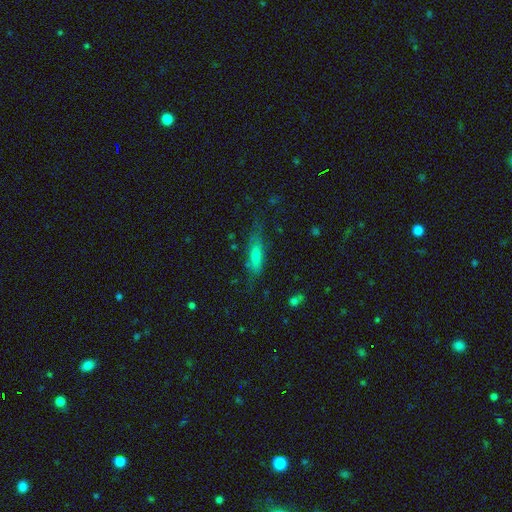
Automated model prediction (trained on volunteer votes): A smooth galaxy with no disk features (55%) that is cigar-shaped (66%).

Vote fractions:
- Smooth or featured? smooth: 55% / featured or disk: 35% / star or artifact: 10%
- How rounded? cigar-shaped: 66% / in between: 31% / round: 3%
- Merging? none: 65% / minor disturbance: 22% / major disturbance: 10% / merger: 2%